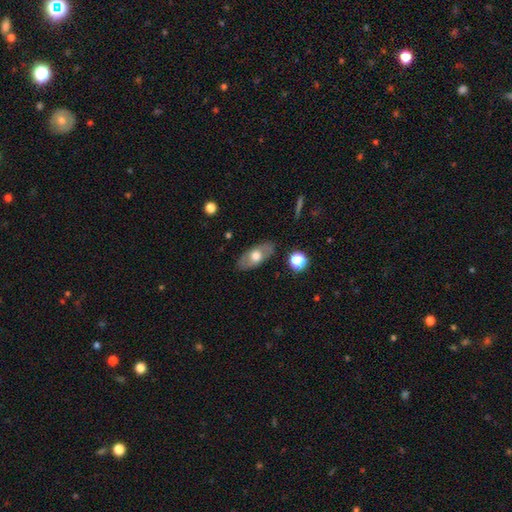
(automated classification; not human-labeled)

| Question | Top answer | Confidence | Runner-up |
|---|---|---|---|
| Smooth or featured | smooth | 54% | featured or disk (40%) |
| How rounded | in between | 88% | cigar-shaped (7%) |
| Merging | none | 83% | minor disturbance (12%) |